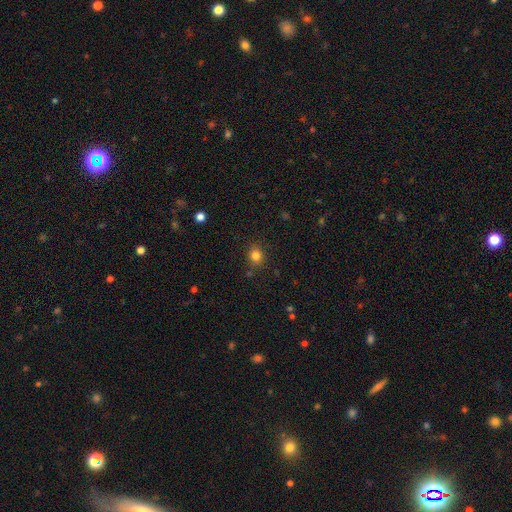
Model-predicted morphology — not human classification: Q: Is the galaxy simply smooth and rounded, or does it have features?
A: smooth — 81%.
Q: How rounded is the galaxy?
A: round — 76%.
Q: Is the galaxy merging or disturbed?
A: none — 85%.